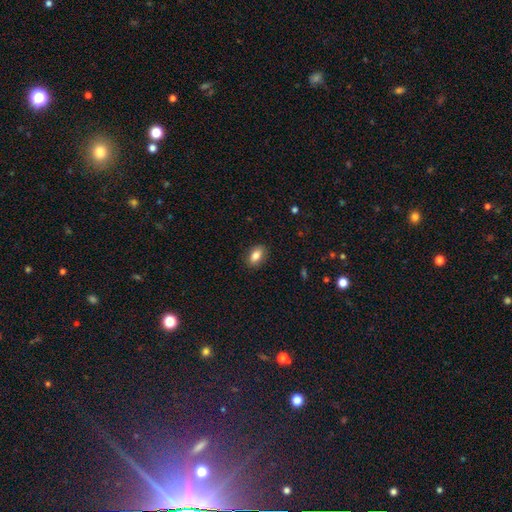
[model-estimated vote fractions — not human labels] Smooth or featured? smooth (84%)
How rounded? in between (88%)
Merging? none (88%)